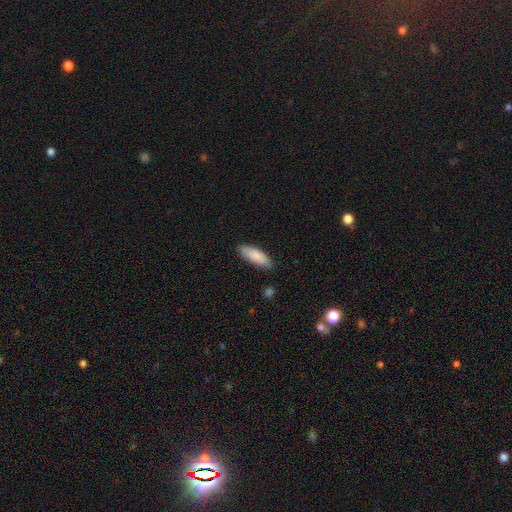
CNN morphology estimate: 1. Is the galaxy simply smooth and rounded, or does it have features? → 85% smooth, 10% featured or disk, 5% star or artifact.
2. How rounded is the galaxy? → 64% in between, 34% cigar-shaped, 2% round.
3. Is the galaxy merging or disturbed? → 81% none, 15% minor disturbance, 3% major disturbance, 2% merger.